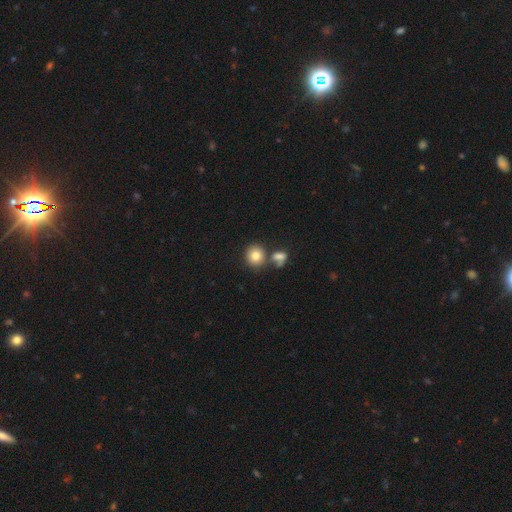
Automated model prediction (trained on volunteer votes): Overall: smooth (80%). How rounded: round (83%). Merging: none (61%; merger 26%).